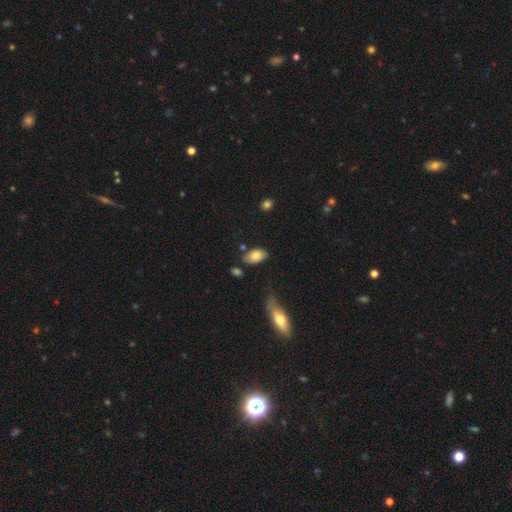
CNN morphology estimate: Smooth or featured? Predicted: smooth (p=0.80). How rounded? Predicted: in between (p=0.92). Merging? Predicted: none (p=0.72).